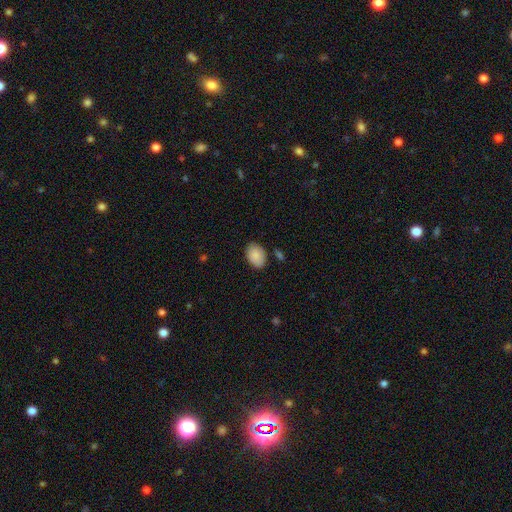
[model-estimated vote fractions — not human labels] smooth 87%, star or artifact 6%, featured or disk 6%. Down the decision tree: how rounded — in between (84%); merging — none (83%).